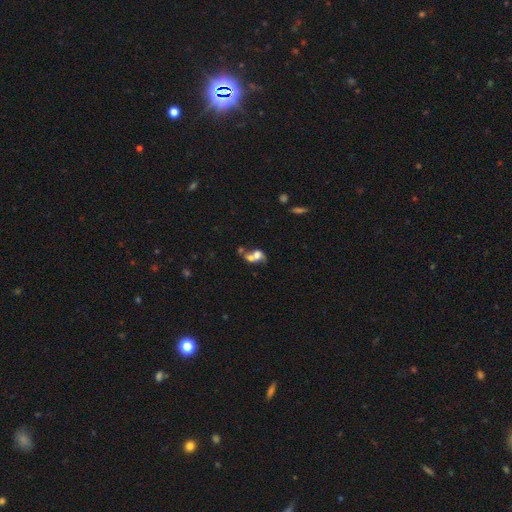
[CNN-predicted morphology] Overall: smooth (52%; featured or disk 35%). How rounded: in between (56%; round 42%). Merging: merger (67%).